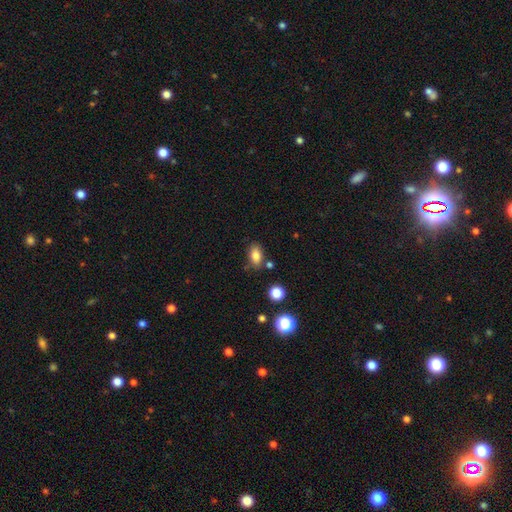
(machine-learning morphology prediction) type=smooth (83%); roundness=in between (87%); merging=none (74%).